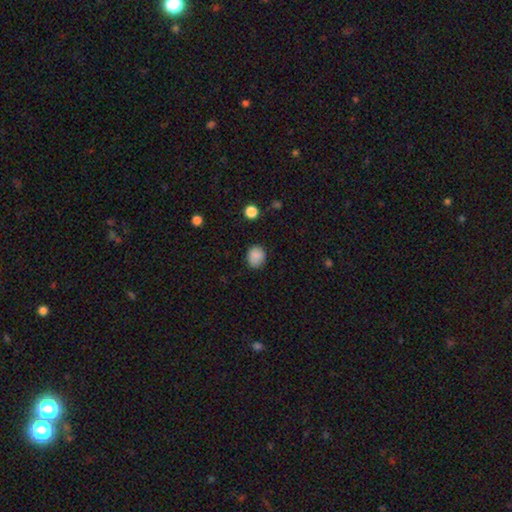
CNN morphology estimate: smooth_or_featured: smooth (p=0.87) [alt: star or artifact p=0.10]
how_rounded: round (p=0.69) [alt: in between p=0.30]
merging: none (p=0.84) [alt: minor disturbance p=0.12]